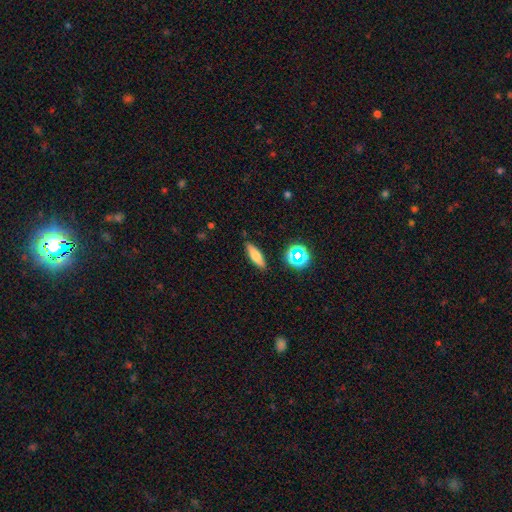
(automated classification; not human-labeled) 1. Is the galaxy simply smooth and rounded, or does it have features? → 68% smooth, 20% featured or disk, 11% star or artifact.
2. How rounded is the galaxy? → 55% cigar-shaped, 41% in between, 5% round.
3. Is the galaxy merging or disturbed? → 86% none, 9% minor disturbance, 2% major disturbance, 2% merger.